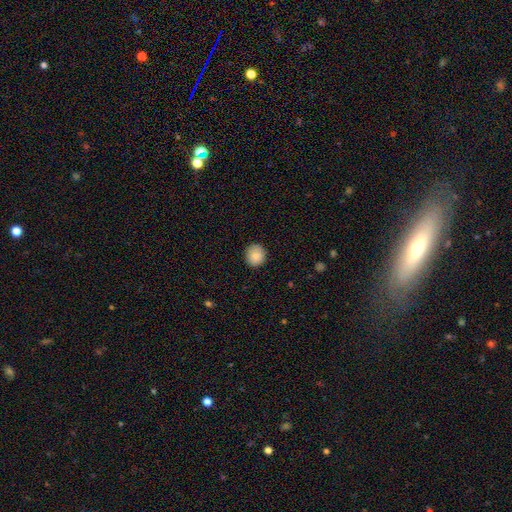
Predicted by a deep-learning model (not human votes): smooth-or-featured: smooth: 88% | star or artifact: 8% | featured or disk: 4%
  how-rounded: round: 83% | in between: 16% | cigar-shaped: 1%
  merging: none: 89% | minor disturbance: 8% | major disturbance: 2% | merger: 1%